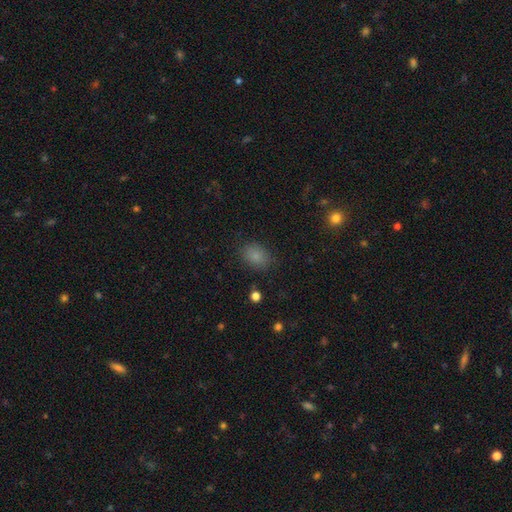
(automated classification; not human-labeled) smooth-or-featured: smooth: 82% | star or artifact: 12% | featured or disk: 6%
  how-rounded: in between: 71% | round: 28% | cigar-shaped: 1%
  merging: none: 84% | minor disturbance: 11% | major disturbance: 3% | merger: 1%